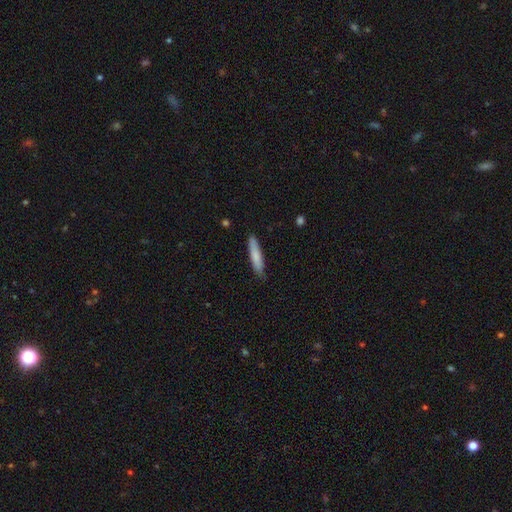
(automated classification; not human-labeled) Smooth or featured? smooth (80%)
How rounded? cigar-shaped (85%)
Merging? none (84%)